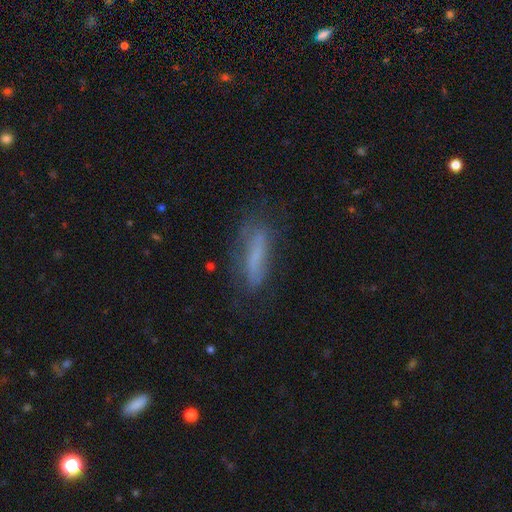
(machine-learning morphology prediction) type=smooth (56%); roundness=cigar-shaped (71%); merging=none (65%).